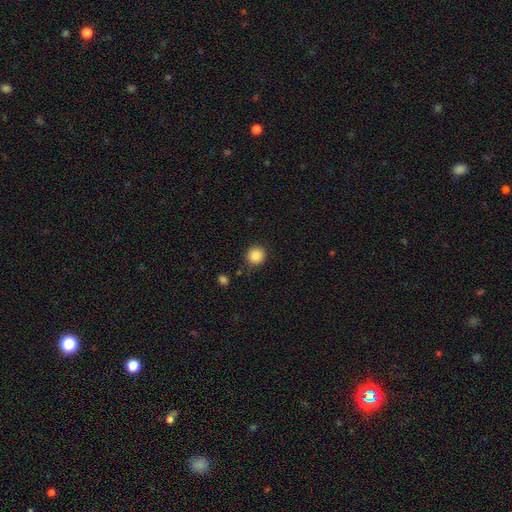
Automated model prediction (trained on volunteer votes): smooth 87%, star or artifact 9%, featured or disk 3%. Down the decision tree: how rounded — round (89%); merging — none (86%).